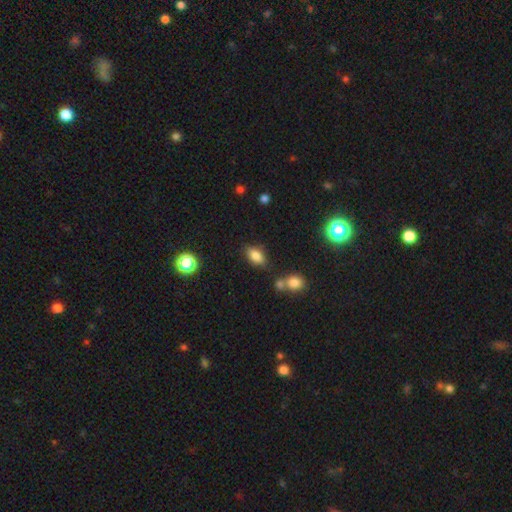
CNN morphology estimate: A smooth galaxy with no disk features (81%) that is in between round and cigar-shaped (87%). Merging: none (76%).